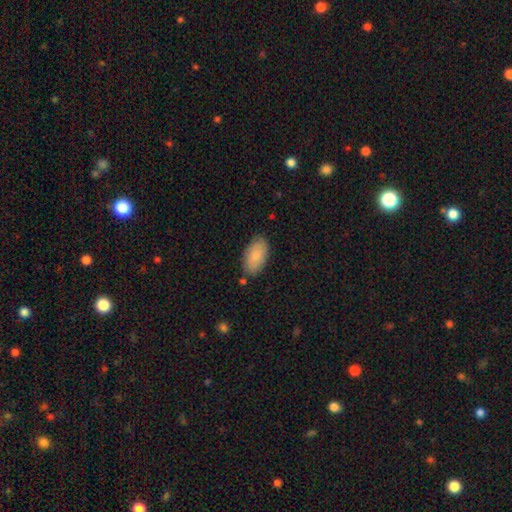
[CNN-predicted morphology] Smooth or featured?
  - smooth: 84% *
  - featured or disk: 10%
  - star or artifact: 6%
How rounded?
  - in between: 95% *
  - round: 3%
  - cigar-shaped: 2%
Merging?
  - none: 81% *
  - minor disturbance: 14%
  - major disturbance: 3%
  - merger: 2%